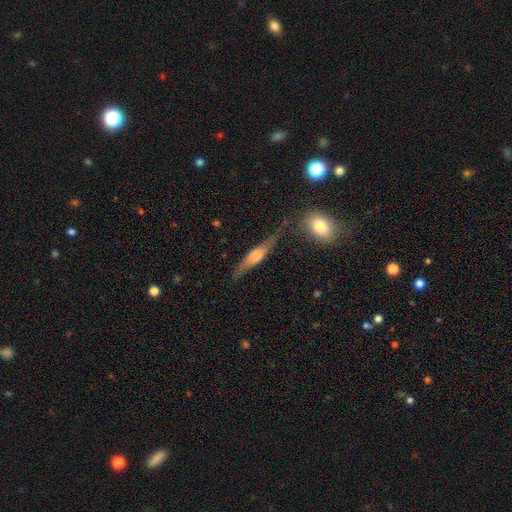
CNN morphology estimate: Smooth or featured?
  - featured or disk: 51% *
  - smooth: 42%
  - star or artifact: 8%
Edge-on disk?
  - yes: 87% *
  - no: 13%
Merging?
  - none: 60% *
  - minor disturbance: 22%
  - major disturbance: 10%
  - merger: 8%